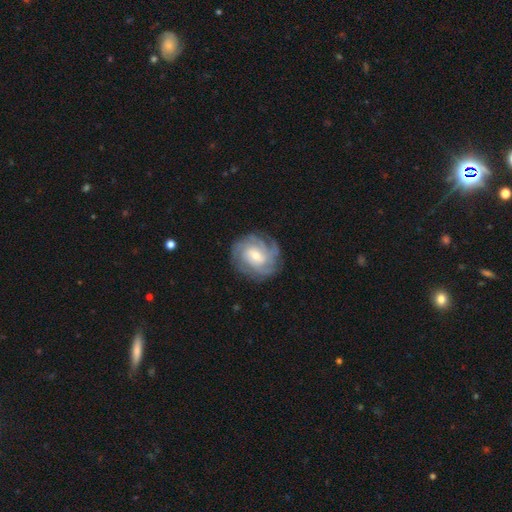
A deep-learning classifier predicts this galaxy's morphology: This is clearly a featured or disk galaxy (82%). It is clearly not viewed edge-on (97%). Bar: possibly no (45%, tied with weak). Spiral arm pattern: clearly yes (95%). Spiral arm count: marginally can't tell (32%). Spiral winding: likely tight (66%). Central bulge: possibly moderate (52%). Merging: likely none (79%).